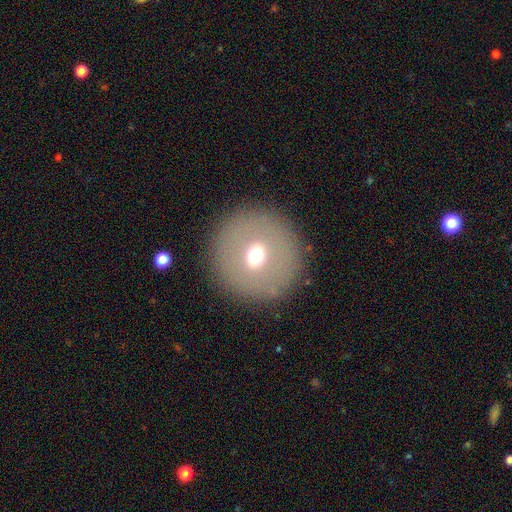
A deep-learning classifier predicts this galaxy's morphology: This appears to be a smooth galaxy with no disk features (56%) that is round (92%). Merging: none (88%).